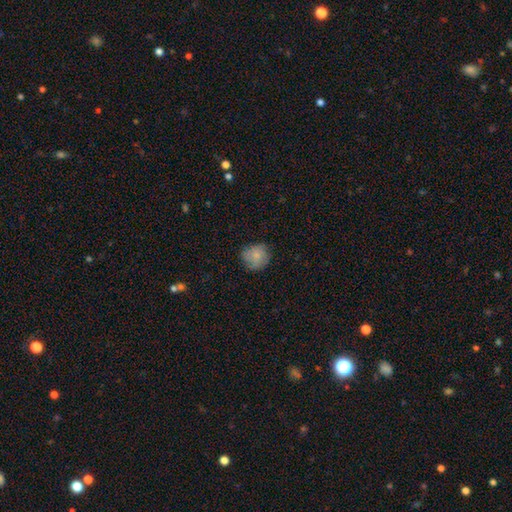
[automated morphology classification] The model was most divided on "merging": none: 74%, minor disturbance: 20%, major disturbance: 5%, merger: 1%. More confident: how rounded — round (86%); smooth or featured — smooth (76%).